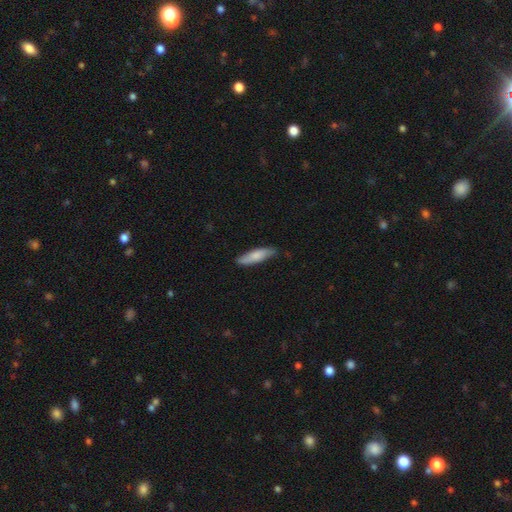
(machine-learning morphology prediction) Q: Smooth or featured?
A: smooth (75%); runner-up: featured or disk (20%)
Q: How rounded?
A: cigar-shaped (68%); runner-up: in between (31%)
Q: Merging?
A: none (81%); runner-up: minor disturbance (16%)